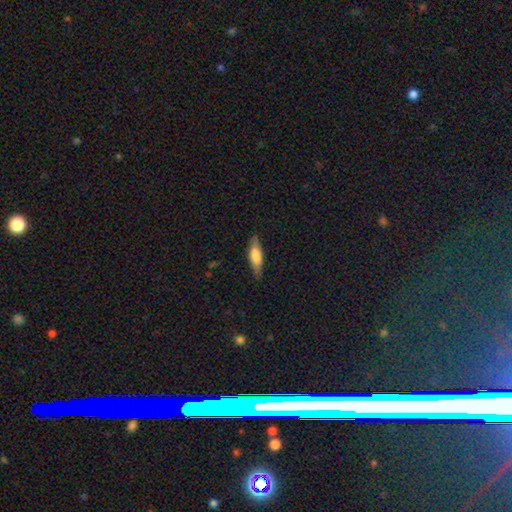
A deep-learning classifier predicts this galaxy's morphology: Overall: smooth (69%). How rounded: cigar-shaped (54%; in between 44%). Merging: none (82%).